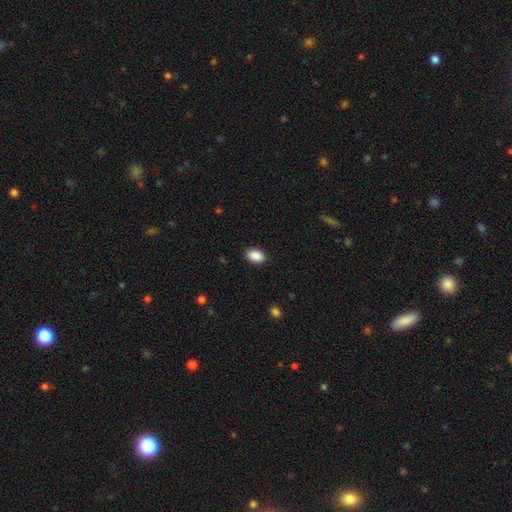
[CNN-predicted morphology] The model was most divided on "merging": none: 89%, minor disturbance: 8%, major disturbance: 2%, merger: 1%. More confident: how rounded — in between (90%); smooth or featured — smooth (90%).